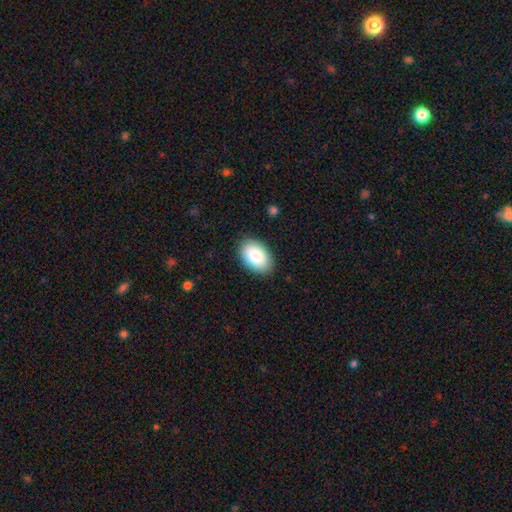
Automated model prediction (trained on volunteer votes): Q: Smooth or featured?
A: smooth (87%); runner-up: featured or disk (7%)
Q: How rounded?
A: in between (92%); runner-up: round (7%)
Q: Merging?
A: none (88%); runner-up: minor disturbance (9%)